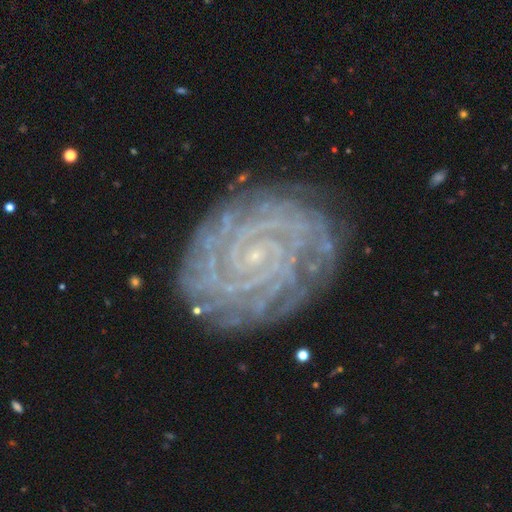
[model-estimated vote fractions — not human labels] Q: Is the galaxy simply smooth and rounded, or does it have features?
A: featured or disk — 89%.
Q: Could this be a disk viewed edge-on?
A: no — 98%.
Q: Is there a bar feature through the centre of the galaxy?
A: no — 67%.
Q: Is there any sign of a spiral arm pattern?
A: yes — 98%.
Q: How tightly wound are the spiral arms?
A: tight — 88%.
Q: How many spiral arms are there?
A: can't tell — 20%.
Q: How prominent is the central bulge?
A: small — 89%.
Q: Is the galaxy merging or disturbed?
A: none — 84%.